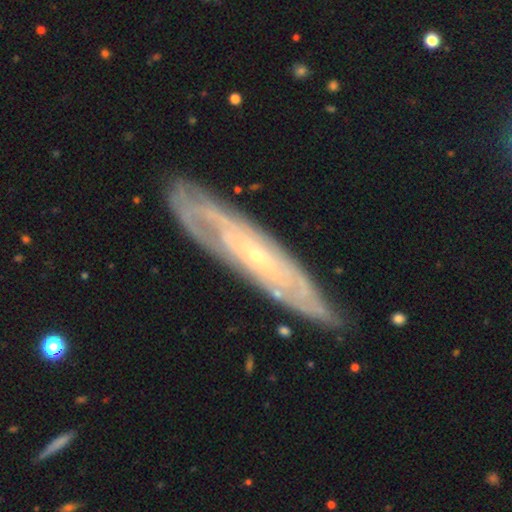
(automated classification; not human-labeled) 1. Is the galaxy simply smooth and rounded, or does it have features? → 81% featured or disk, 13% smooth, 6% star or artifact.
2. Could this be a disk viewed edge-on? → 64% no, 36% yes.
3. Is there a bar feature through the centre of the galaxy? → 69% no, 23% weak, 8% strong.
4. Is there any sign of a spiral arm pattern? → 86% yes, 14% no.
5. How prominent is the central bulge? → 85% small, 11% moderate, 2% none, 1% large, 1% dominant.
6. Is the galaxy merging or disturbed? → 81% none, 14% minor disturbance, 3% major disturbance, 1% merger.